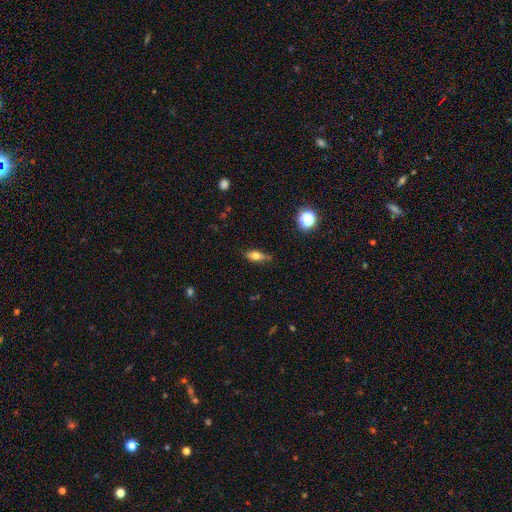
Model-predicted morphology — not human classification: The model was most divided on "smooth or featured": smooth: 65%, featured or disk: 25%, star or artifact: 10%. More confident: merging — none (75%); how rounded — in between (71%).